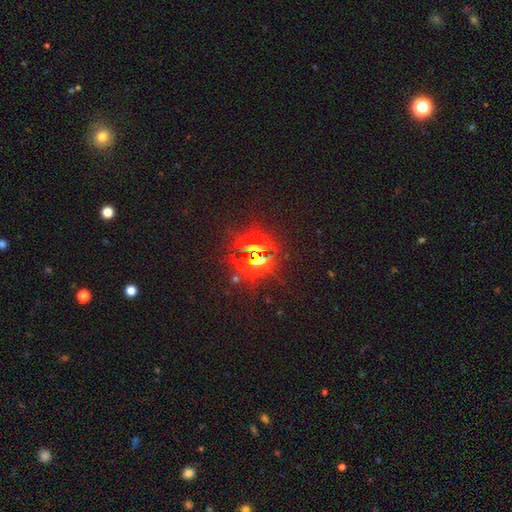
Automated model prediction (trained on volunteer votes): This appears to be a star or artifact, not a galaxy (81%).